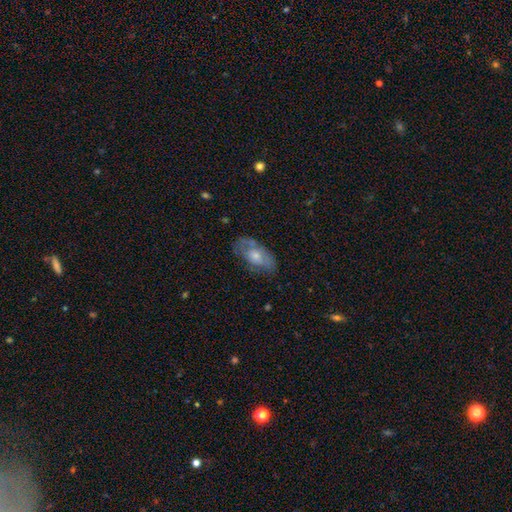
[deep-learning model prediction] Q: Smooth or featured?
A: smooth (49%); runner-up: featured or disk (44%)
Q: Merging?
A: none (56%); runner-up: minor disturbance (28%)